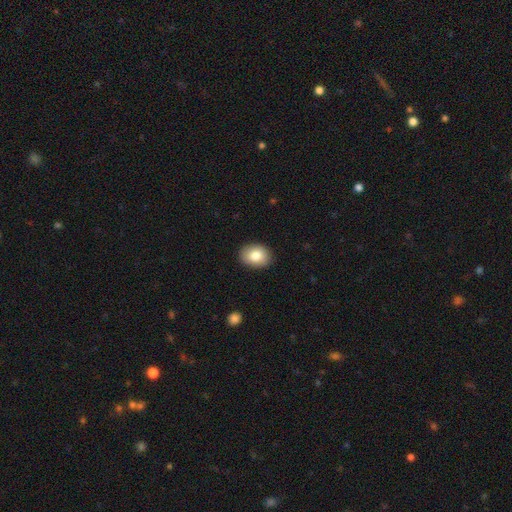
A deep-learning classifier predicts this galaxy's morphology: smooth-or-featured: smooth: 84% | featured or disk: 9% | star or artifact: 7%
  how-rounded: in between: 71% | round: 28% | cigar-shaped: 1%
  merging: none: 89% | minor disturbance: 8% | major disturbance: 2% | merger: 1%